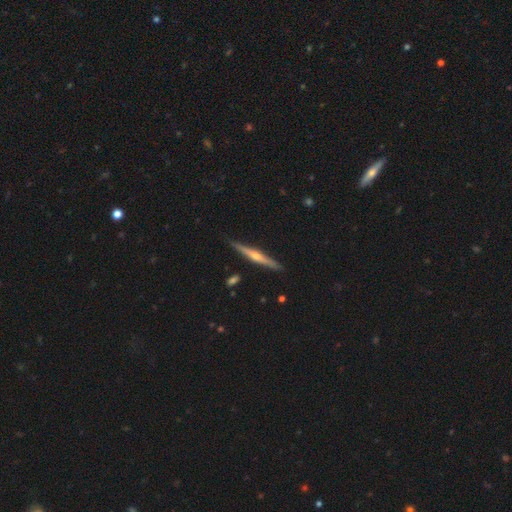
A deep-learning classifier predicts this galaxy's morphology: This appears to be a featured or disk galaxy (78%) viewed edge-on (98%) with a rounded central bulge (87%). Merging: none (90%).